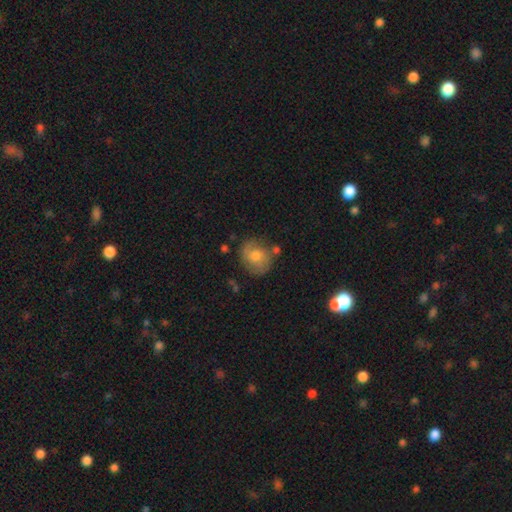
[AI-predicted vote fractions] A smooth galaxy with no disk features (49%). Merging: none (72%).